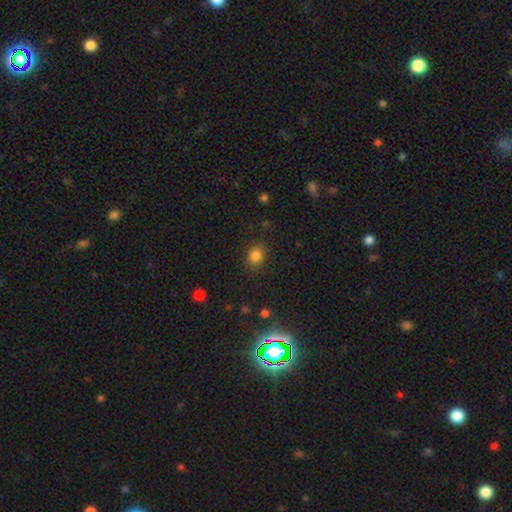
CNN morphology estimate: A smooth galaxy with no disk features (82%) that is round (72%).

Vote fractions:
- Smooth or featured? smooth: 82% / star or artifact: 13% / featured or disk: 5%
- How rounded? round: 72% / in between: 27% / cigar-shaped: 1%
- Merging? none: 85% / minor disturbance: 10% / major disturbance: 3% / merger: 2%